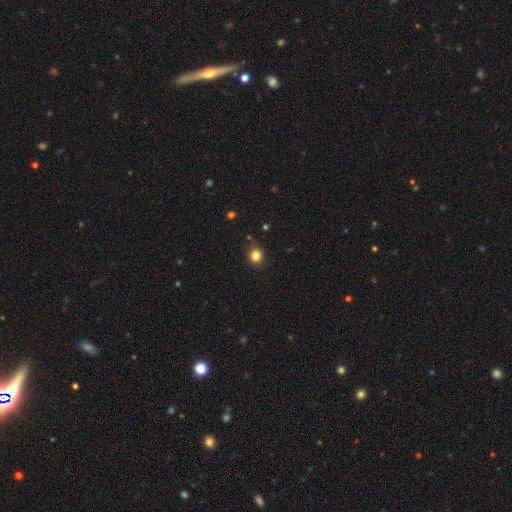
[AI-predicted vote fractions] Smooth or featured? Predicted: smooth (p=0.83). How rounded? Predicted: round (p=0.82). Merging? Predicted: none (p=0.88).